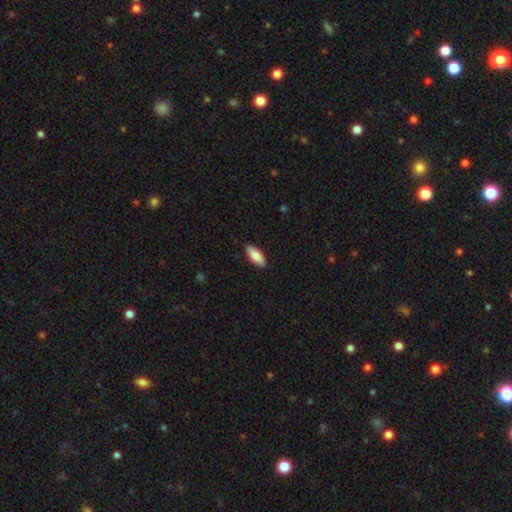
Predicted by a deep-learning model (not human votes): Smooth or featured: smooth — 86% (featured or disk — 9%)
How rounded: in between — 77% (cigar-shaped — 21%)
Merging: none — 87% (minor disturbance — 10%)